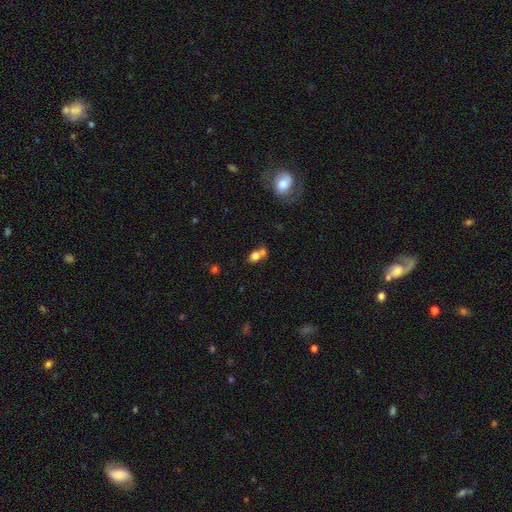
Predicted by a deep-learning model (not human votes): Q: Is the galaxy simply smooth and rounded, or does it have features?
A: smooth — 76%.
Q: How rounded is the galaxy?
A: in between — 67%.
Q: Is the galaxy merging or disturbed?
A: merger — 53%.